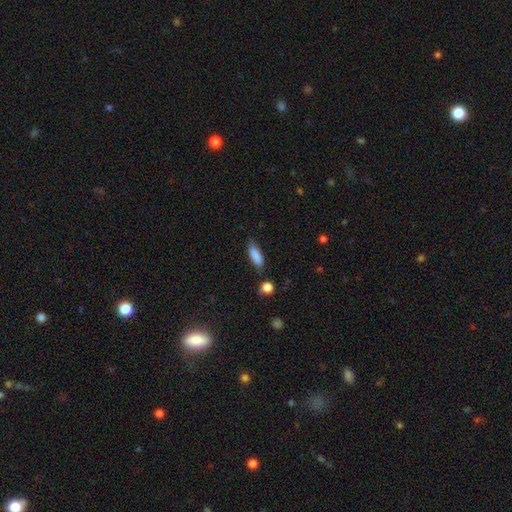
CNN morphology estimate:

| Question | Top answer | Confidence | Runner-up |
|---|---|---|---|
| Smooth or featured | smooth | 86% | star or artifact (7%) |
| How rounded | in between | 57% | cigar-shaped (41%) |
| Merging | none | 72% | minor disturbance (20%) |